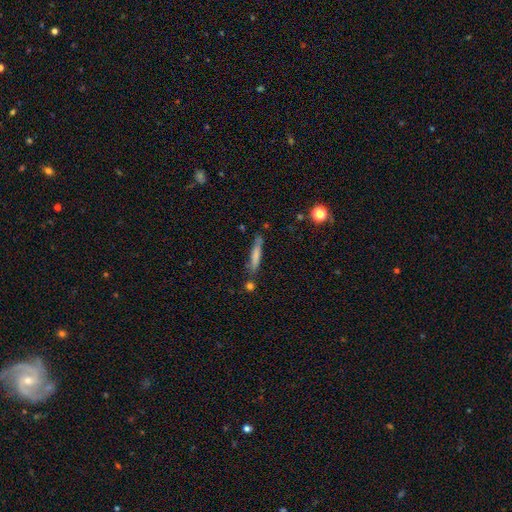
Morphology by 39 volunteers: A smooth galaxy with no disk features (72%) that is cigar-shaped (89%). Merging: none (65%).